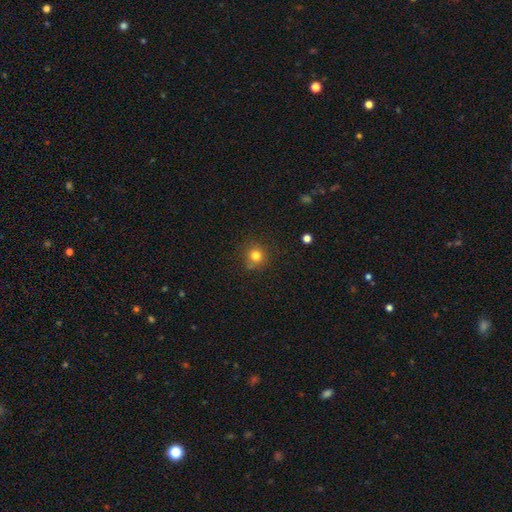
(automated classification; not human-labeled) A smooth galaxy with no disk features (80%) that is round (92%). Merging: none (81%).